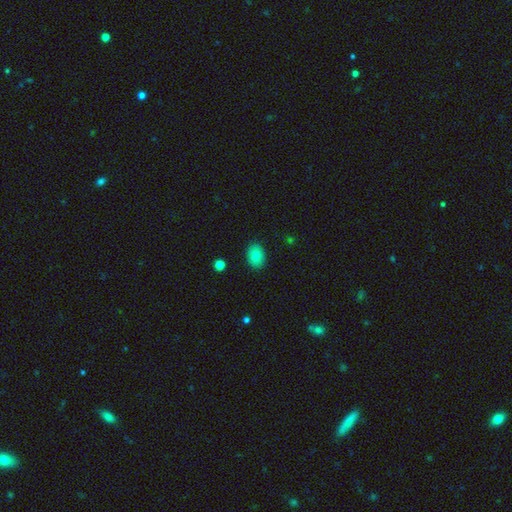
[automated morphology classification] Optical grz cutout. It shows a smooth galaxy with no disk features (83%) that is in between round and cigar-shaped (73%). Merging: none (88%).